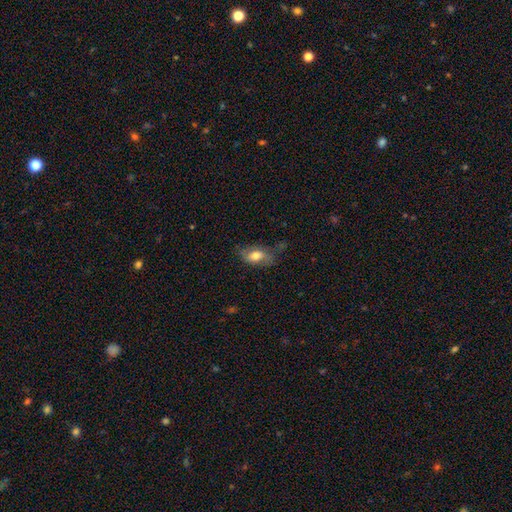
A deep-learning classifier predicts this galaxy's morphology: smooth 70%, featured or disk 22%, star or artifact 7%. Down the decision tree: how rounded — in between (88%); merging — none (55%).